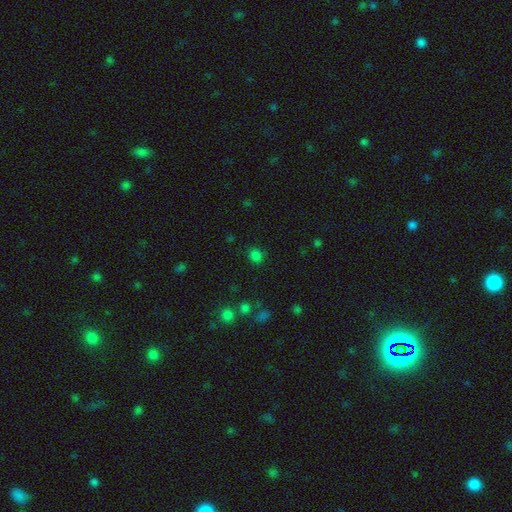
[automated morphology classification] Smooth or featured?
  - smooth: 76% *
  - star or artifact: 20%
  - featured or disk: 4%
How rounded?
  - round: 72% *
  - in between: 27%
  - cigar-shaped: 1%
Merging?
  - none: 84% *
  - minor disturbance: 10%
  - major disturbance: 4%
  - merger: 3%